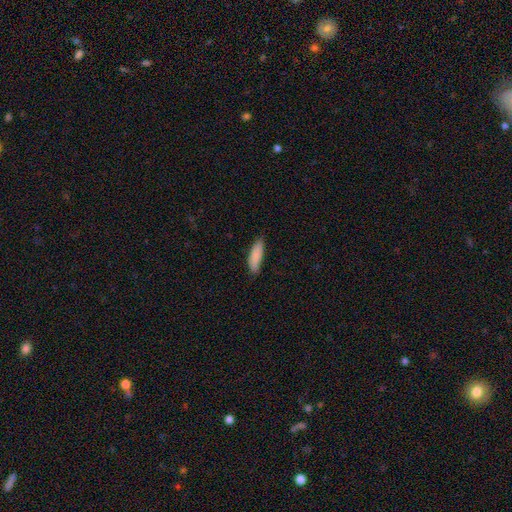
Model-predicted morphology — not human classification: smooth 87%, featured or disk 7%, star or artifact 6%. Down the decision tree: how rounded — cigar-shaped (54%); merging — none (74%).